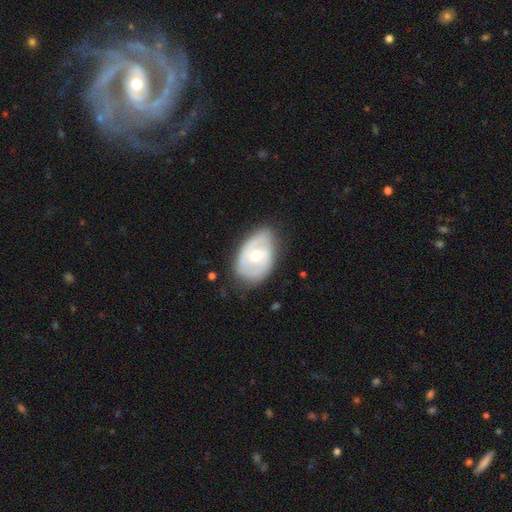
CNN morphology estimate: This appears to be a featured or disk galaxy (64%) with no bar (60%), spiral arms (63%) and a moderate central bulge (69%). Merging: none (70%).